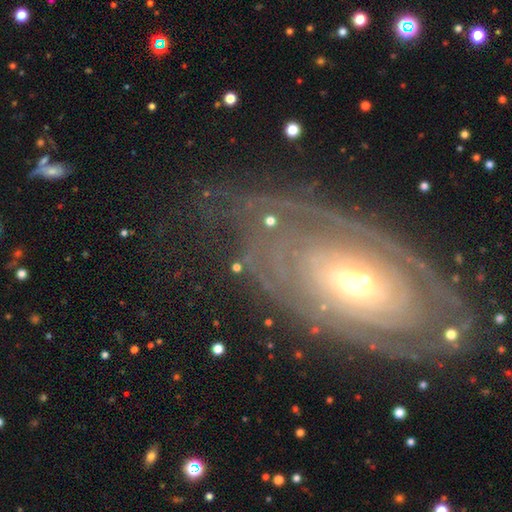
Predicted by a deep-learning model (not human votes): smooth_or_featured: featured or disk (p=0.78) [alt: smooth p=0.12]
disk_edge_on: no (p=0.92) [alt: yes p=0.08]
bar: no (p=0.65) [alt: weak p=0.23]
has_spiral_arms: yes (p=0.83) [alt: no p=0.17]
spiral_winding: tight (p=0.75) [alt: medium p=0.18]
spiral_arm_count: can't tell (p=0.49) [alt: 2 p=0.18]
bulge_size: moderate (p=0.59) [alt: small p=0.29]
merging: none (p=0.67) [alt: minor disturbance p=0.16]